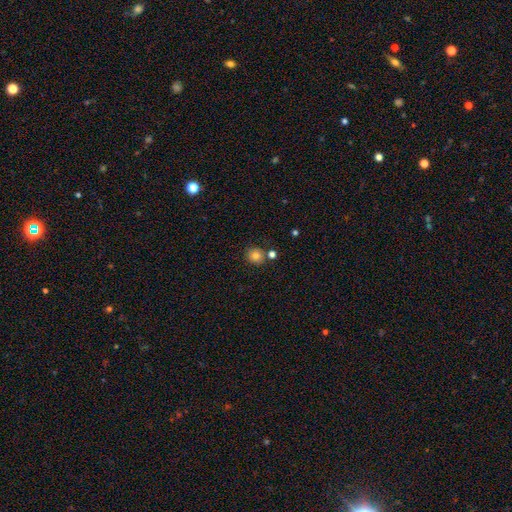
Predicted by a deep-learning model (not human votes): Smooth or featured?
  - smooth: 81% *
  - star or artifact: 12%
  - featured or disk: 7%
How rounded?
  - round: 85% *
  - in between: 15%
  - cigar-shaped: 1%
Merging?
  - none: 77% *
  - merger: 11%
  - minor disturbance: 9%
  - major disturbance: 3%